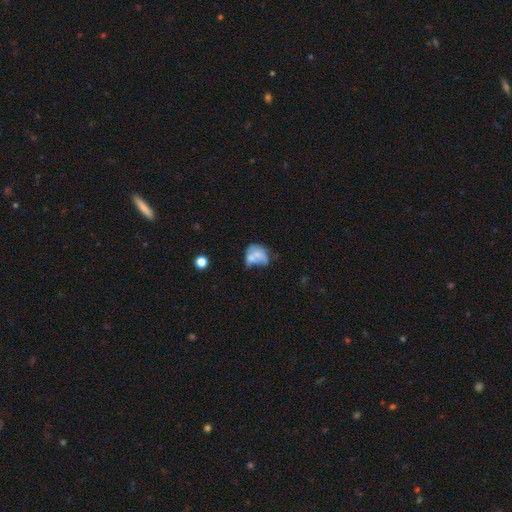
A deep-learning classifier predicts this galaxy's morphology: This is possibly a smooth galaxy (56%). How rounded: possibly in between (53%). Merging: marginally merger (45%).